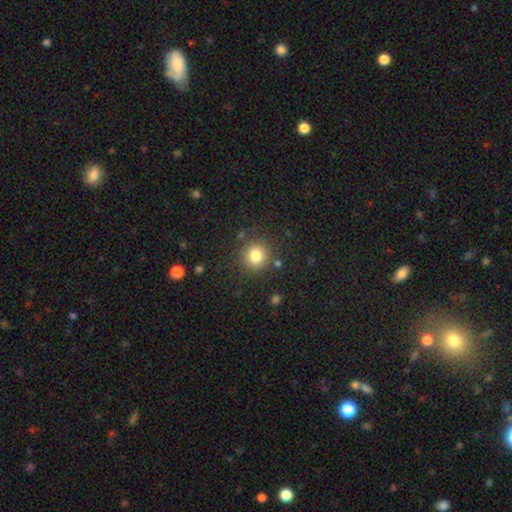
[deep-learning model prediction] A smooth galaxy with no disk features (81%) that is round (93%).

Vote fractions:
- Smooth or featured? smooth: 81% / star or artifact: 13% / featured or disk: 7%
- How rounded? round: 93% / in between: 6% / cigar-shaped: 1%
- Merging? none: 86% / minor disturbance: 8% / major disturbance: 3% / merger: 3%